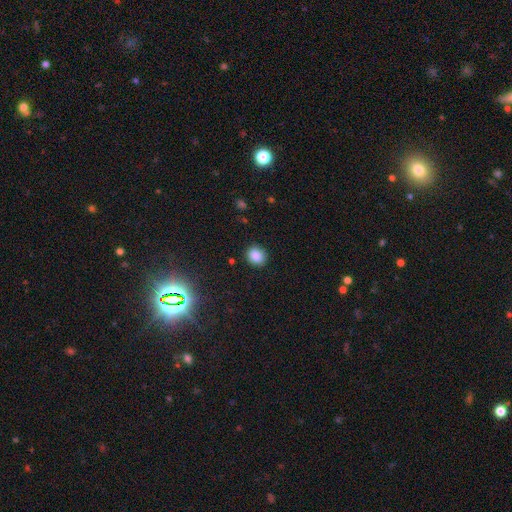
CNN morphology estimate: A smooth galaxy with no disk features (85%) that is round (71%). Merging: none (87%).